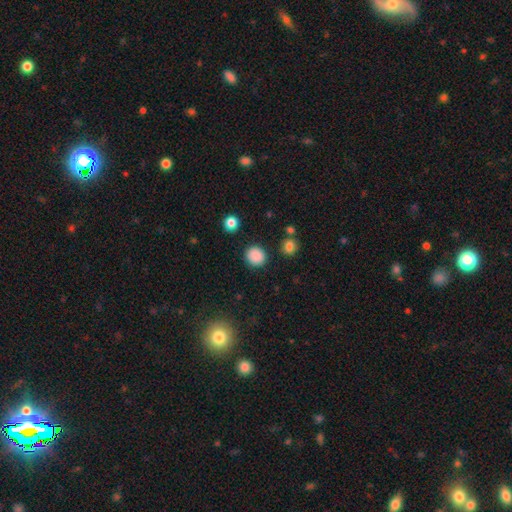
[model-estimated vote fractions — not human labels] This is clearly a smooth galaxy (87%). How rounded: clearly round (84%). Merging: clearly none (89%).